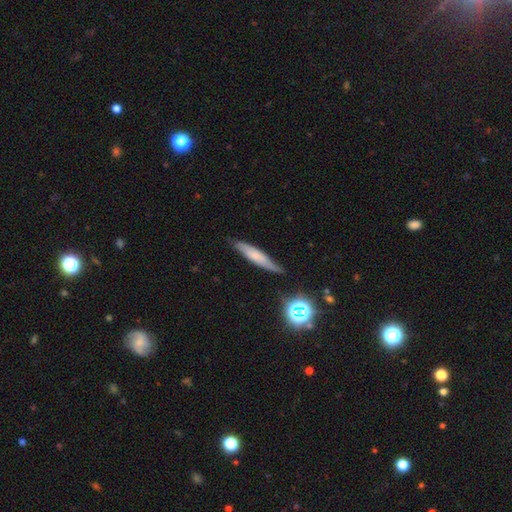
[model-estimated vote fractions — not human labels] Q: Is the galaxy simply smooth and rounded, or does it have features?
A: smooth — 58%.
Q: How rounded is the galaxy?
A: cigar-shaped — 85%.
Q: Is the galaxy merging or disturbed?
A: none — 78%.